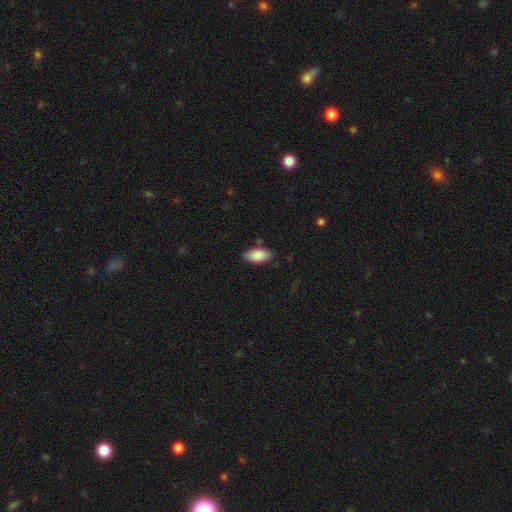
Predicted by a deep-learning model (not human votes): Overall: smooth (88%). How rounded: in between (93%). Merging: none (83%).